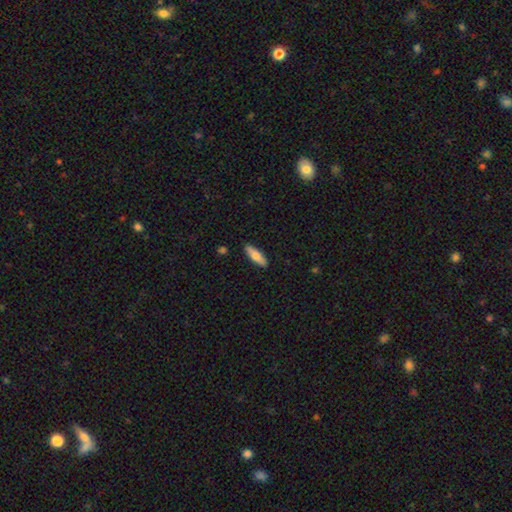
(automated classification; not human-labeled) Smooth or featured: smooth — 69% (featured or disk — 26%)
How rounded: in between — 49% (tied with cigar-shaped — 49%)
Merging: none — 89% (minor disturbance — 8%)